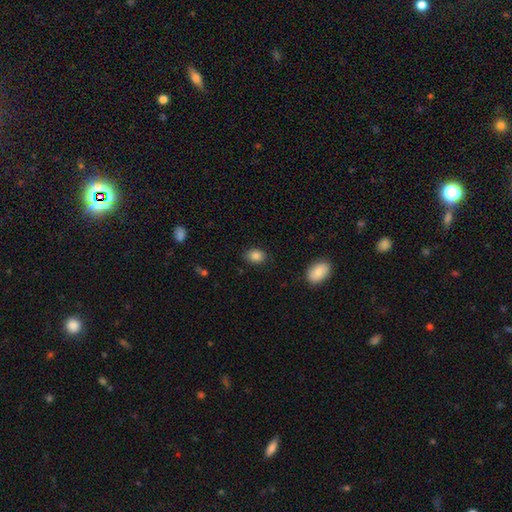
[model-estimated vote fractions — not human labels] smooth_or_featured: smooth (p=0.86) [alt: star or artifact p=0.09]
how_rounded: in between (p=0.60) [alt: round p=0.38]
merging: none (p=0.84) [alt: minor disturbance p=0.12]